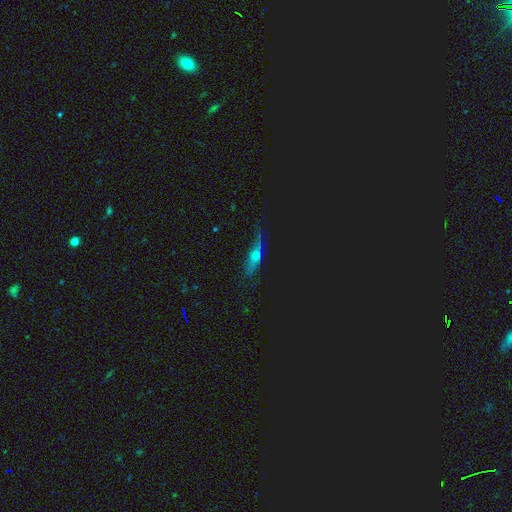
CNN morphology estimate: The model was most divided on "smooth or featured": smooth: 39%, featured or disk: 36%, star or artifact: 24%. More confident: merging — none (67%).